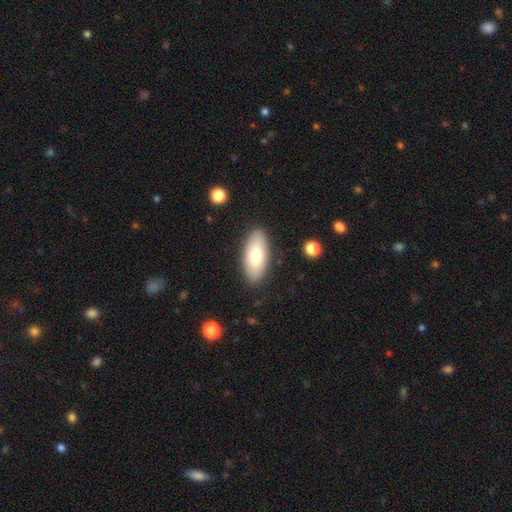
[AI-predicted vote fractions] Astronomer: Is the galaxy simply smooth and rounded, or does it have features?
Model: smooth — 72%.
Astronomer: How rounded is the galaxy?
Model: in between — 89%.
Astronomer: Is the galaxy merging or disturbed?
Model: none — 86%.